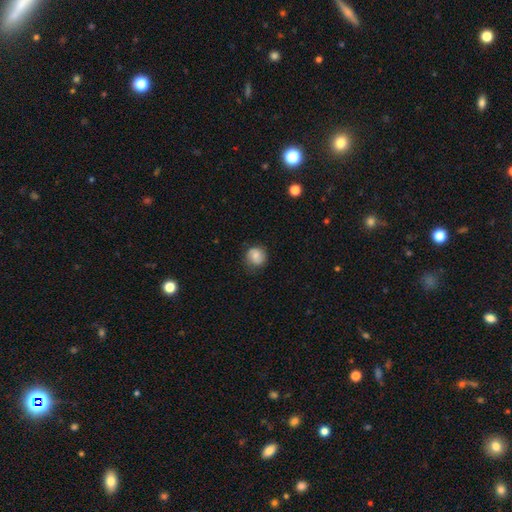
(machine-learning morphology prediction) Smooth or featured? smooth (68%)
How rounded? round (85%)
Merging? none (73%)